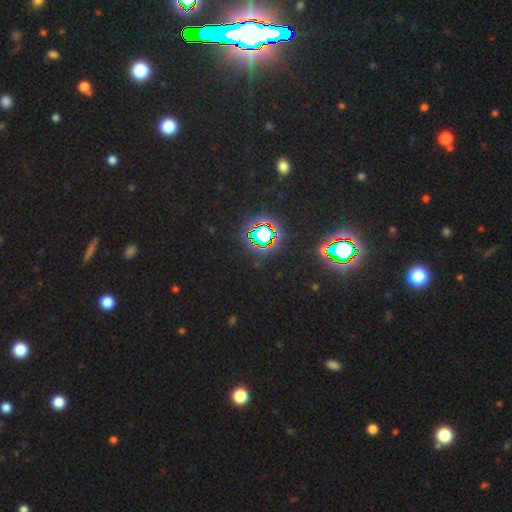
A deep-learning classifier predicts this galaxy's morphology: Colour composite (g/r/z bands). It shows a star or artifact, not a galaxy (82%).